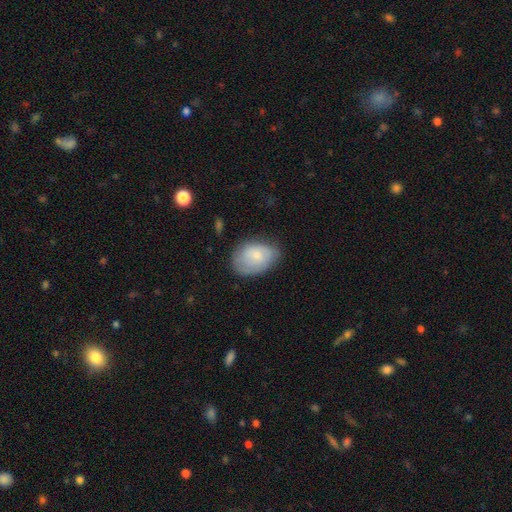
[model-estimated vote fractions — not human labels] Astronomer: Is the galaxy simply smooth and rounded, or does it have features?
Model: smooth — 65%.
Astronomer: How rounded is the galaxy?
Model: in between — 81%.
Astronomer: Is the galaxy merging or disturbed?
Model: none — 66%.